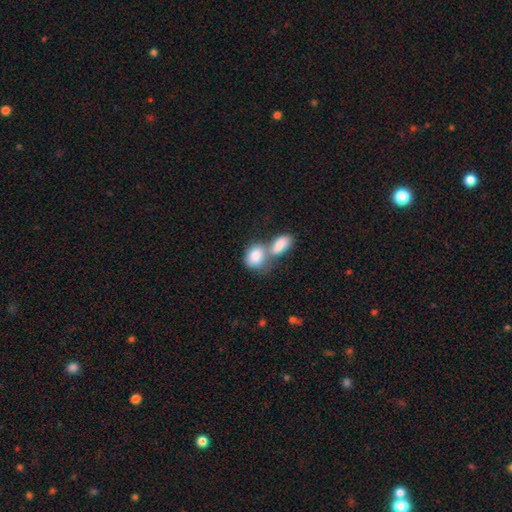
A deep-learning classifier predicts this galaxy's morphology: Smooth or featured? smooth (83%)
How rounded? in between (72%)
Merging? merger (66%)